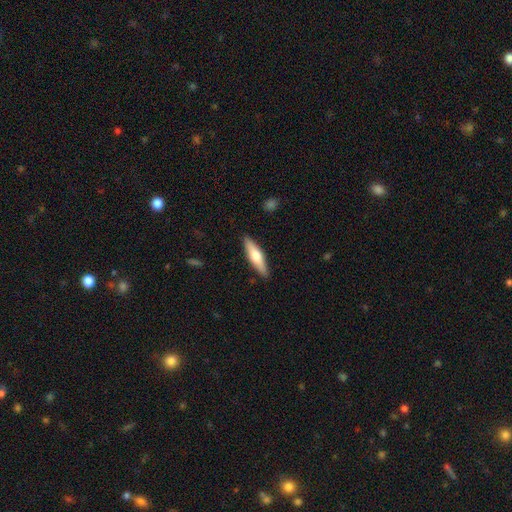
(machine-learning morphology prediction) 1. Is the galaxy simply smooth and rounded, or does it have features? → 53% smooth, 41% featured or disk, 5% star or artifact.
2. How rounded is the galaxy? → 68% cigar-shaped, 30% in between, 2% round.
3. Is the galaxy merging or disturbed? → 89% none, 8% minor disturbance, 2% major disturbance, 1% merger.